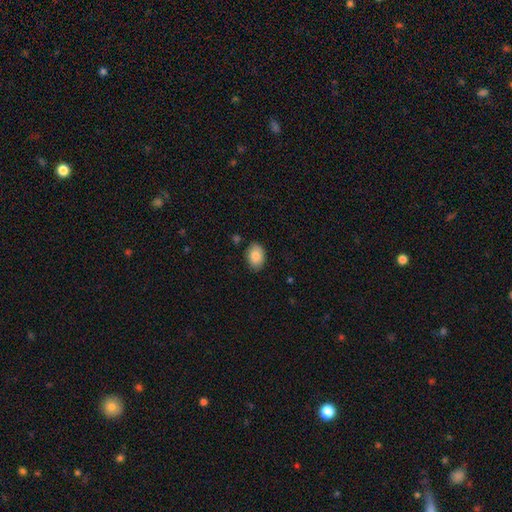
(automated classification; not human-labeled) A smooth galaxy with no disk features (86%) that is in between round and cigar-shaped (85%).

Vote fractions:
- Smooth or featured? smooth: 86% / featured or disk: 8% / star or artifact: 7%
- How rounded? in between: 85% / round: 14% / cigar-shaped: 1%
- Merging? none: 85% / minor disturbance: 11% / major disturbance: 2% / merger: 2%